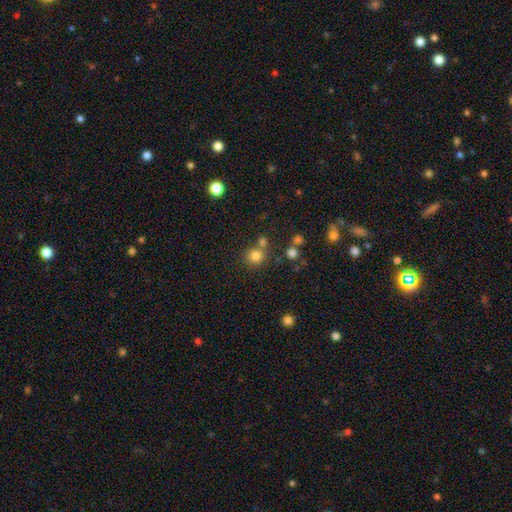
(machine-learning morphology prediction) type=smooth (79%); roundness=round (88%); merging=none (67%).